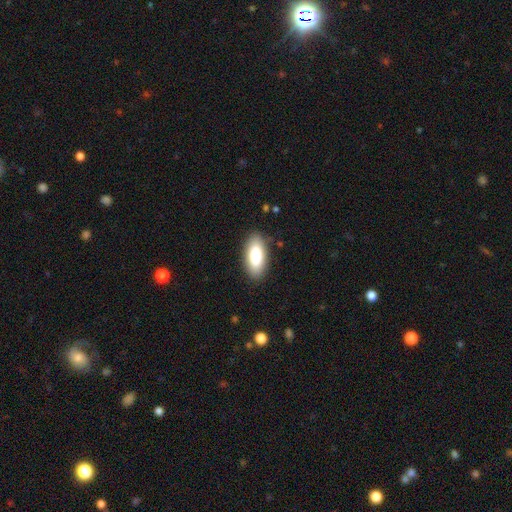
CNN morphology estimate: A smooth galaxy with no disk features (82%) that is in between round and cigar-shaped (88%).

Vote fractions:
- Smooth or featured? smooth: 82% / featured or disk: 12% / star or artifact: 7%
- How rounded? in between: 88% / cigar-shaped: 10% / round: 2%
- Merging? none: 87% / minor disturbance: 9% / major disturbance: 2% / merger: 1%